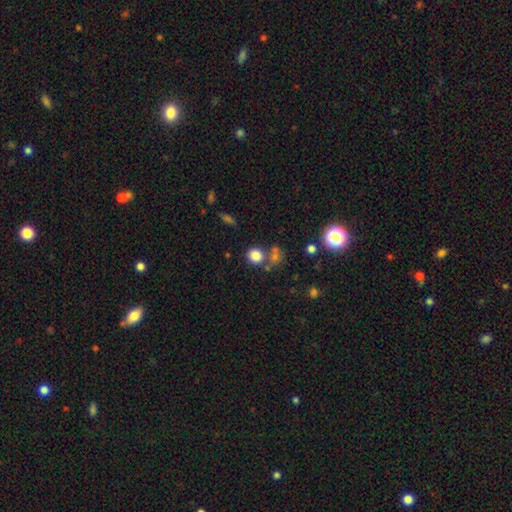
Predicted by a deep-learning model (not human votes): Overall: smooth (80%). How rounded: round (75%). Merging: none (64%).